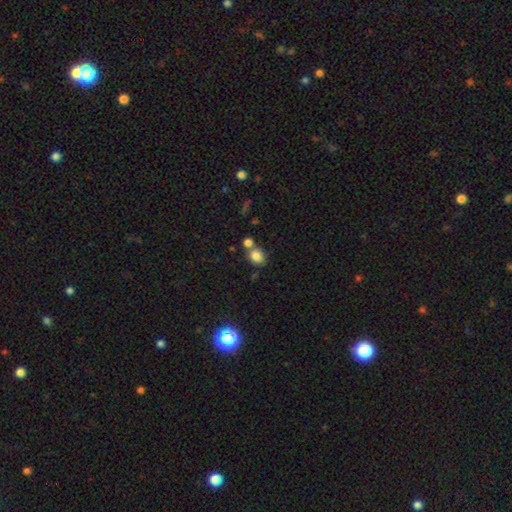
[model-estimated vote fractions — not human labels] Smooth or featured? Predicted: smooth (p=0.81). How rounded? Predicted: round (p=0.52). Merging? Predicted: none (p=0.56).